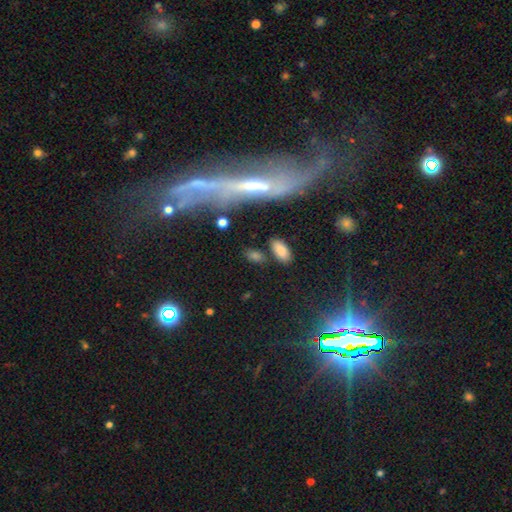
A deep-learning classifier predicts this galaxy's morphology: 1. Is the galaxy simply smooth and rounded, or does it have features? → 59% smooth, 27% featured or disk, 14% star or artifact.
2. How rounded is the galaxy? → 65% in between, 27% cigar-shaped, 8% round.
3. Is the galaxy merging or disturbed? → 65% none, 16% minor disturbance, 10% major disturbance, 10% merger.